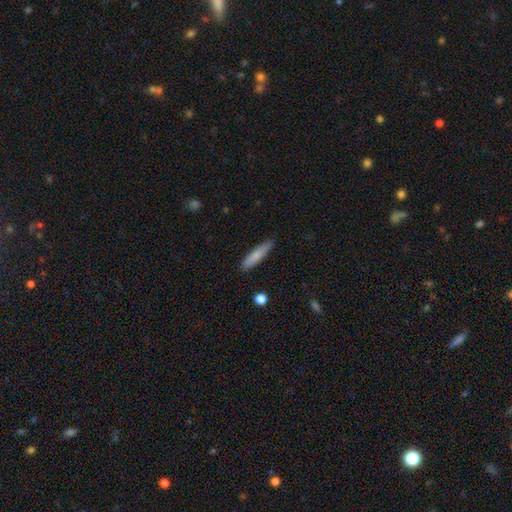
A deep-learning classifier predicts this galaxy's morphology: smooth_or_featured: smooth (p=0.78) [alt: featured or disk p=0.16]
how_rounded: cigar-shaped (p=0.85) [alt: in between p=0.13]
merging: none (p=0.86) [alt: minor disturbance p=0.11]